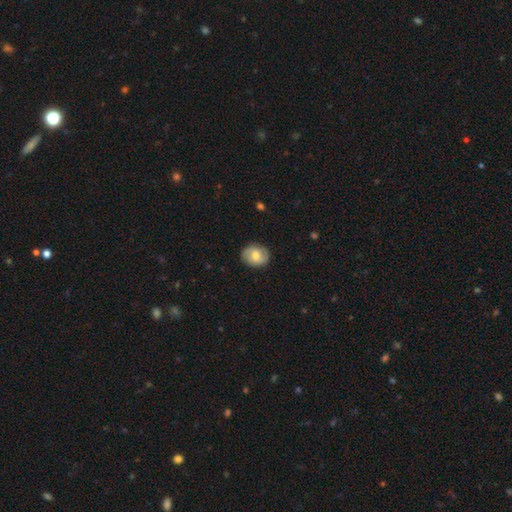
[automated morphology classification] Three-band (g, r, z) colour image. It shows a smooth galaxy with no disk features (58%) that is round (58%). Merging: none (84%).